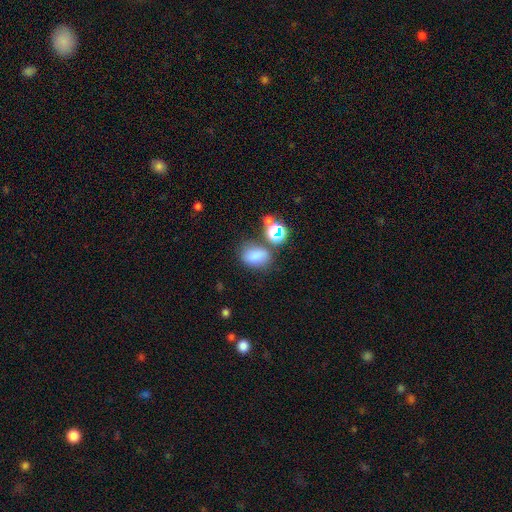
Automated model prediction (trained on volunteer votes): Q: Smooth or featured?
A: smooth (76%); runner-up: star or artifact (16%)
Q: How rounded?
A: in between (69%); runner-up: round (29%)
Q: Merging?
A: none (60%); runner-up: minor disturbance (18%)